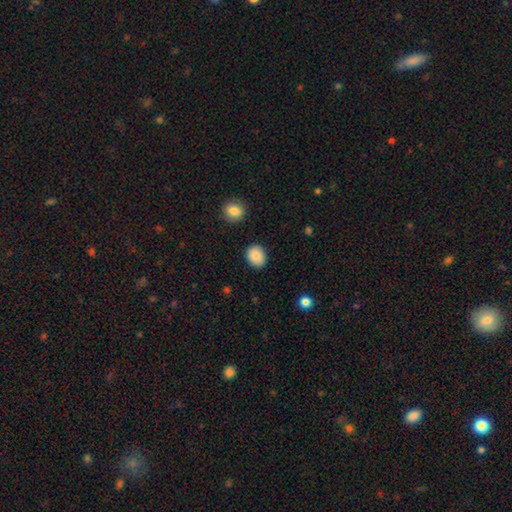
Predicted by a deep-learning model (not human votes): Smooth or featured? Predicted: smooth (p=0.87). How rounded? Predicted: round (p=0.62). Merging? Predicted: none (p=0.87).